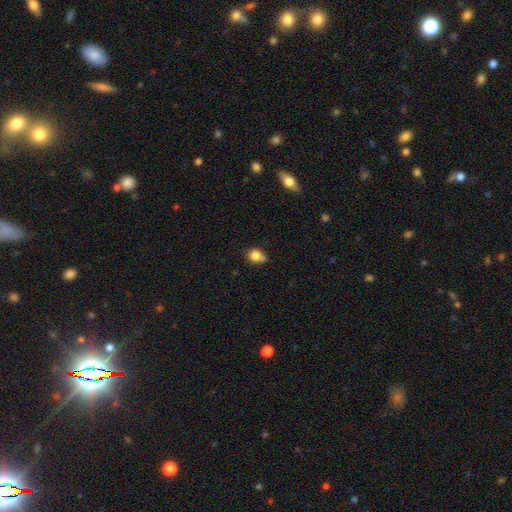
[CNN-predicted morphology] This appears to be a smooth galaxy with no disk features (82%) that is round (67%). Merging: none (59%).